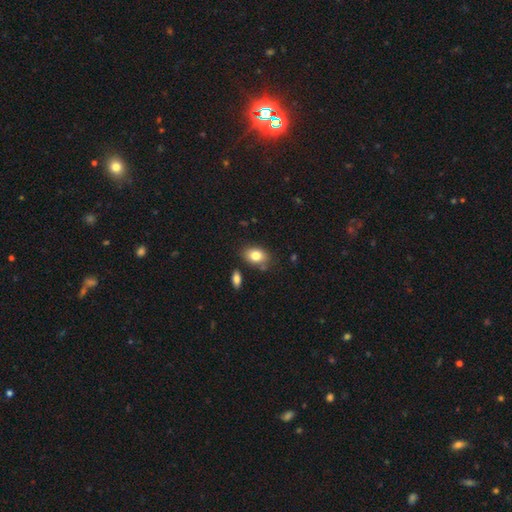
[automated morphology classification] This is clearly a smooth galaxy (81%). How rounded: clearly in between (82%). Merging: likely none (77%).